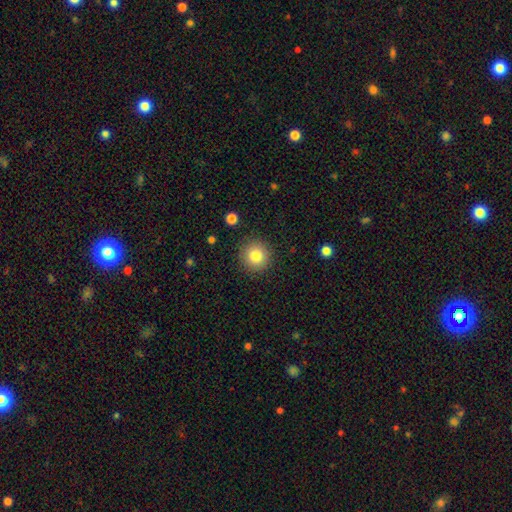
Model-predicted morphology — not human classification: Smooth or featured? smooth (82%)
How rounded? round (94%)
Merging? none (90%)